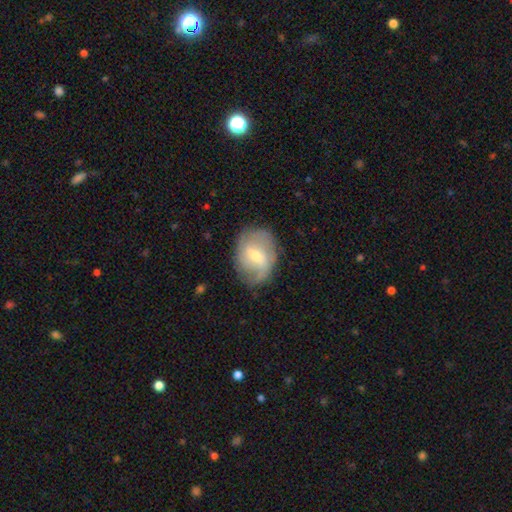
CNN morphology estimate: Smooth or featured? featured or disk (61%)
Edge-on disk? no (96%)
Bar? weak (56%)
Spiral arms? yes (78%)
Bulge size? moderate (48%)
Merging? none (68%)